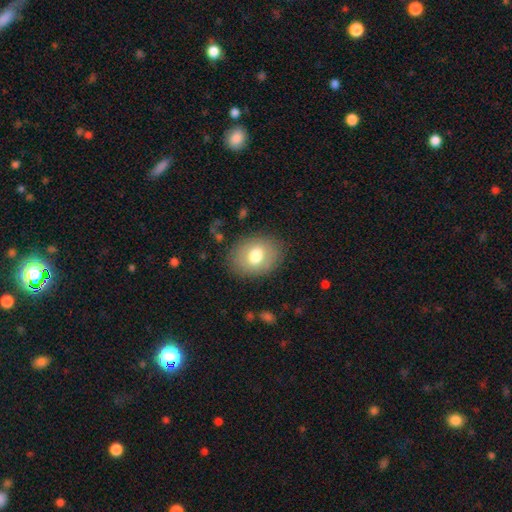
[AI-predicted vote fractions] smooth_or_featured: smooth (p=0.71) [alt: featured or disk p=0.20]
how_rounded: in between (p=0.57) [alt: round p=0.42]
merging: none (p=0.83) [alt: minor disturbance p=0.11]